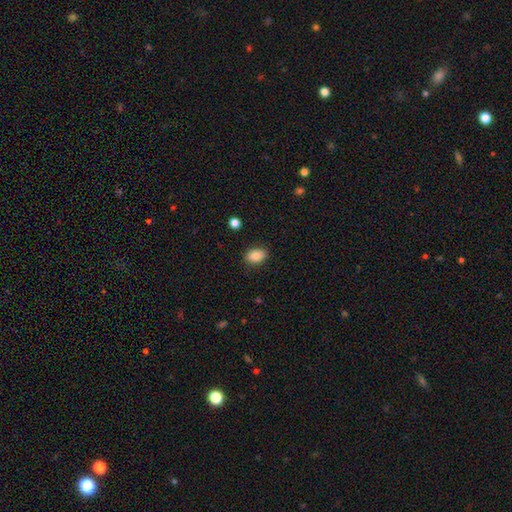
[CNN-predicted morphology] Overall: smooth (82%). How rounded: in between (81%). Merging: none (86%).